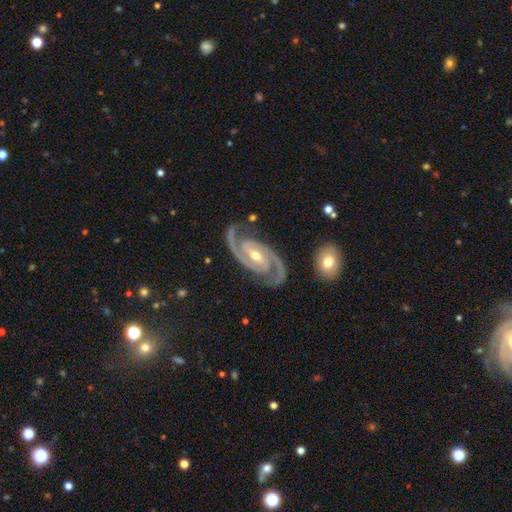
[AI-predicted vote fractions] A featured or disk galaxy (94%) with a weak bar (42%), 2 (94%) medium (53%) spiral arms (99%) and a moderate central bulge (55%). Merging: none (83%).